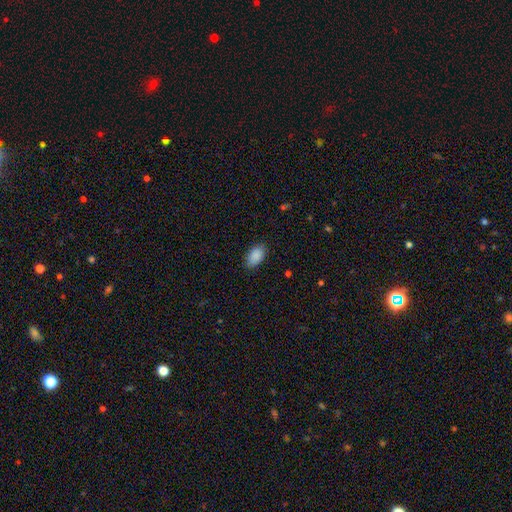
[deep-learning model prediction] Smooth or featured? Predicted: smooth (p=0.89). How rounded? Predicted: in between (p=0.92). Merging? Predicted: none (p=0.82).